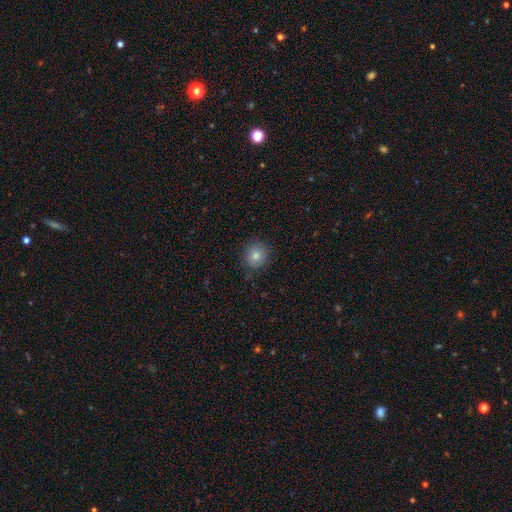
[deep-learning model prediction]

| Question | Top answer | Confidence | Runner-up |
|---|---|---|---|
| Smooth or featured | smooth | 78% | star or artifact (13%) |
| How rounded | round | 89% | in between (10%) |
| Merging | none | 86% | minor disturbance (10%) |